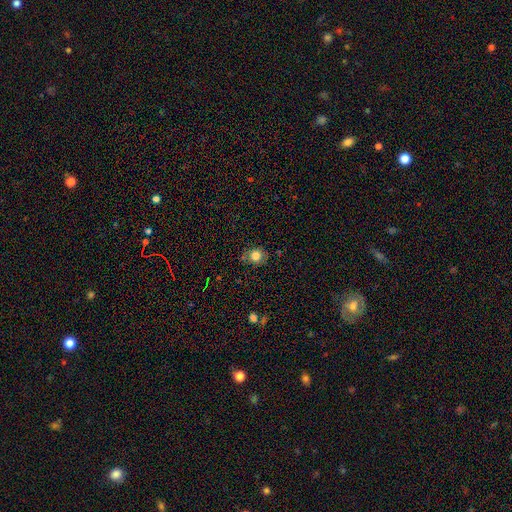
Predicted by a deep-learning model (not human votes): Smooth or featured? smooth (80%)
How rounded? round (77%)
Merging? none (79%)